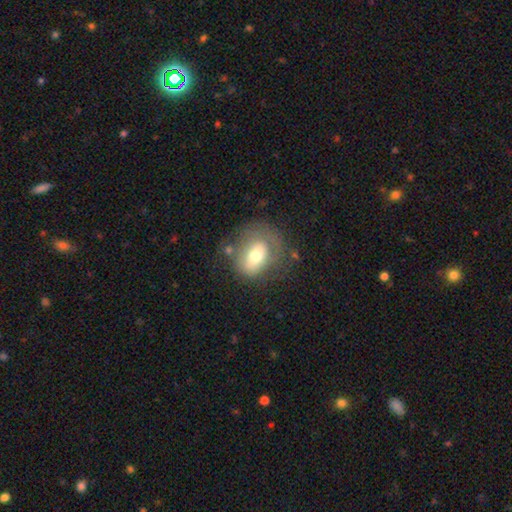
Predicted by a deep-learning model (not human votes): This appears to be a smooth galaxy with no disk features (60%) that is in between round and cigar-shaped (59%). Merging: none (52%).